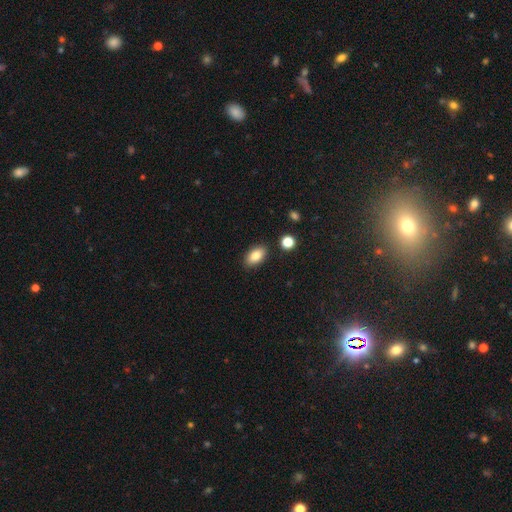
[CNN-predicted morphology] Smooth or featured: smooth — 83% (featured or disk — 9%)
How rounded: in between — 91% (round — 6%)
Merging: none — 87% (minor disturbance — 9%)